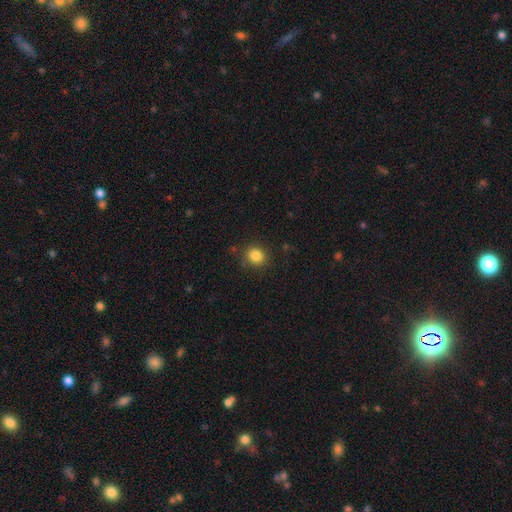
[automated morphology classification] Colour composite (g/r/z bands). It shows a smooth galaxy with no disk features (84%) that is round (82%). Merging: none (86%).